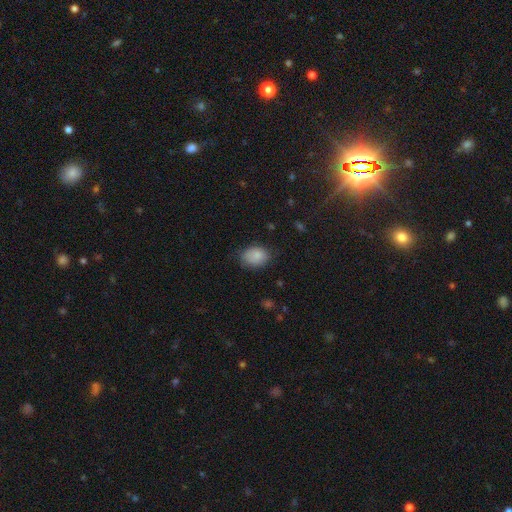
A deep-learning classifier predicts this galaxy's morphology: smooth 85%, star or artifact 8%, featured or disk 7%. Down the decision tree: how rounded — in between (68%); merging — none (69%).